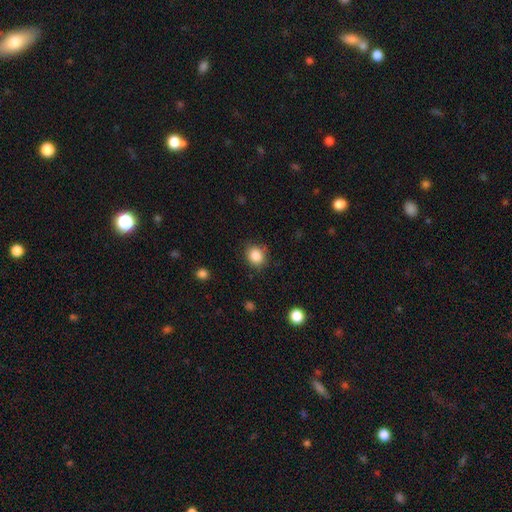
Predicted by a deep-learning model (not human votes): A smooth galaxy with no disk features (86%) that is round (73%).

Vote fractions:
- Smooth or featured? smooth: 86% / star or artifact: 10% / featured or disk: 5%
- How rounded? round: 73% / in between: 26% / cigar-shaped: 1%
- Merging? none: 84% / minor disturbance: 12% / major disturbance: 3% / merger: 2%